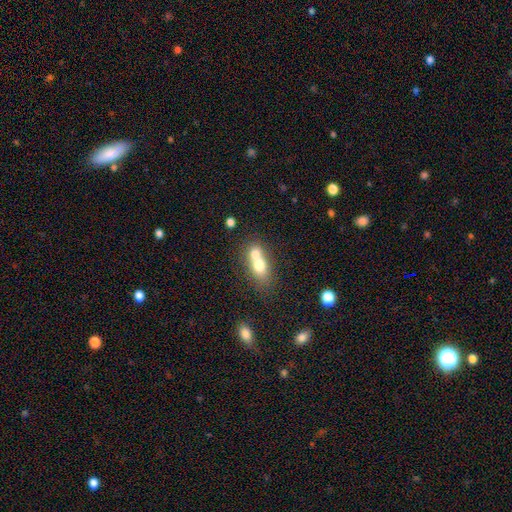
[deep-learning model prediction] smooth 69%, featured or disk 21%, star or artifact 10%. Down the decision tree: how rounded — in between (62%); merging — merger (65%).